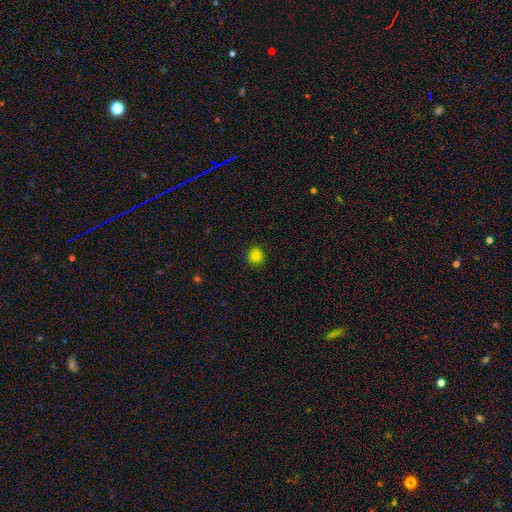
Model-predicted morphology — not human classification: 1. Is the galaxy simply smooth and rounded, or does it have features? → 83% smooth, 14% star or artifact, 3% featured or disk.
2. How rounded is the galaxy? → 85% round, 14% in between, 1% cigar-shaped.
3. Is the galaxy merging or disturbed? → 89% none, 8% minor disturbance, 2% major disturbance, 1% merger.